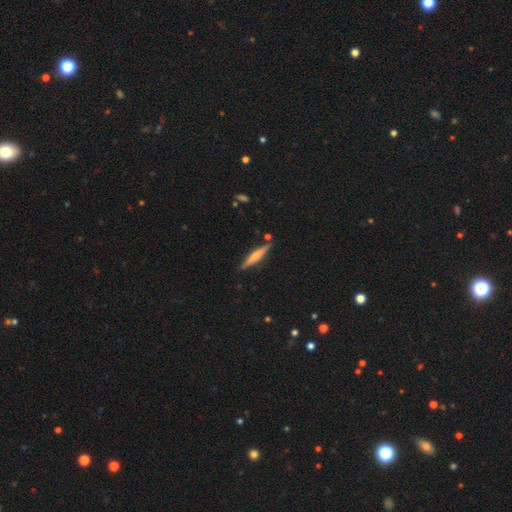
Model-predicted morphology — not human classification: This is possibly a featured or disk galaxy (57%). It is clearly viewed edge-on (97%). Edge-on bulge: likely rounded (76%). Merging: clearly none (86%).